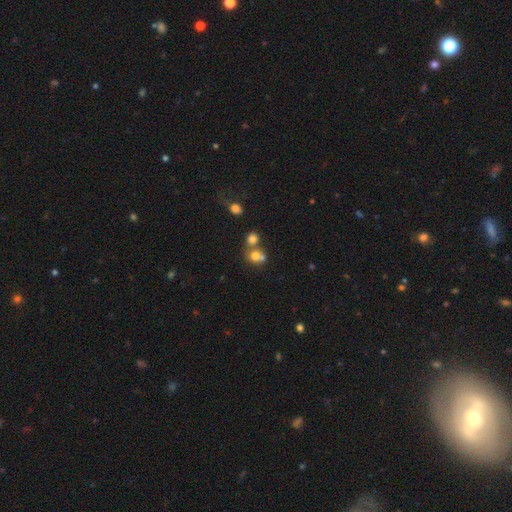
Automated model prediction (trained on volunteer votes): Smooth or featured? Predicted: smooth (p=0.72). How rounded? Predicted: round (p=0.71). Merging? Predicted: merger (p=0.52).